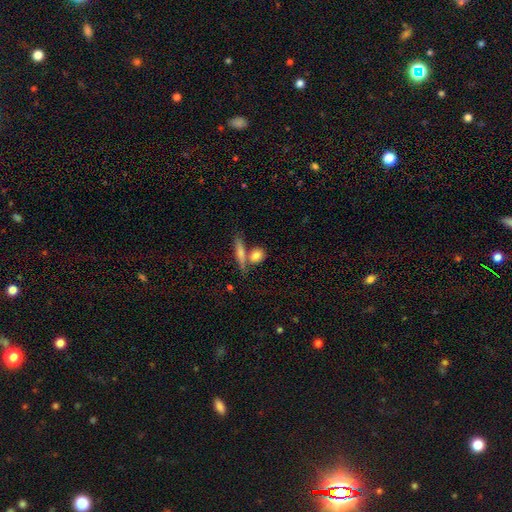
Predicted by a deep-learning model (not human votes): Overall: smooth (79%). How rounded: in between (44%; round 39%). Merging: none (55%; merger 30%).